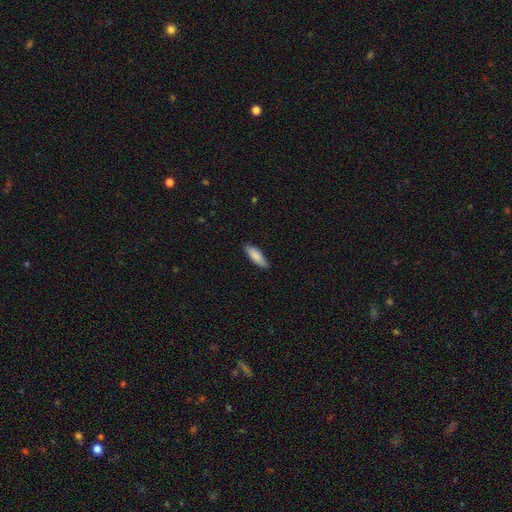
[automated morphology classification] A smooth galaxy with no disk features (85%) that is in between round and cigar-shaped (59%). Merging: none (85%).